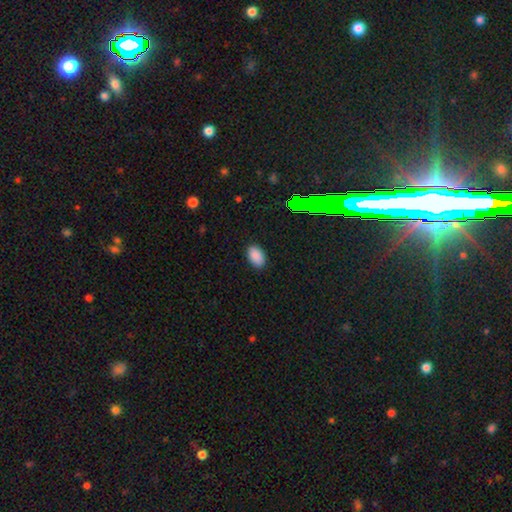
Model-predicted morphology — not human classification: Smooth or featured: smooth — 88% (star or artifact — 9%)
How rounded: in between — 92% (round — 7%)
Merging: none — 88% (minor disturbance — 9%)